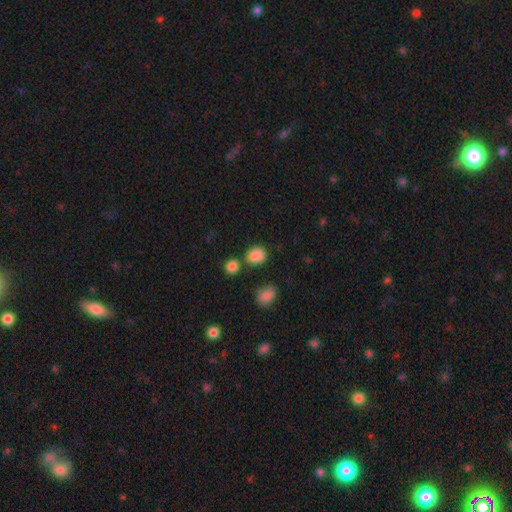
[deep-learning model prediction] Overall: smooth (85%). How rounded: round (64%; in between 35%). Merging: none (70%).